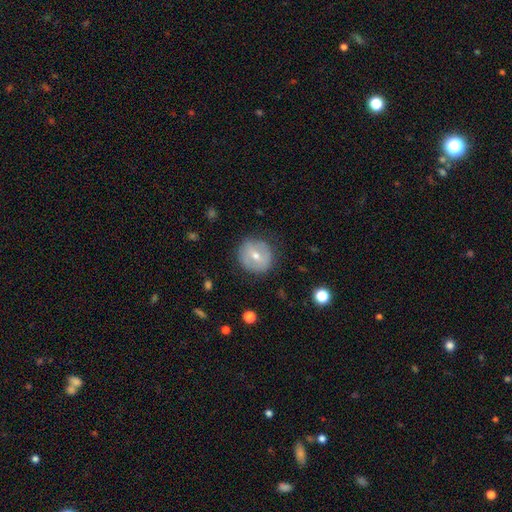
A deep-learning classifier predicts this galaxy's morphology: type=featured or disk (48%); merging=none (81%).